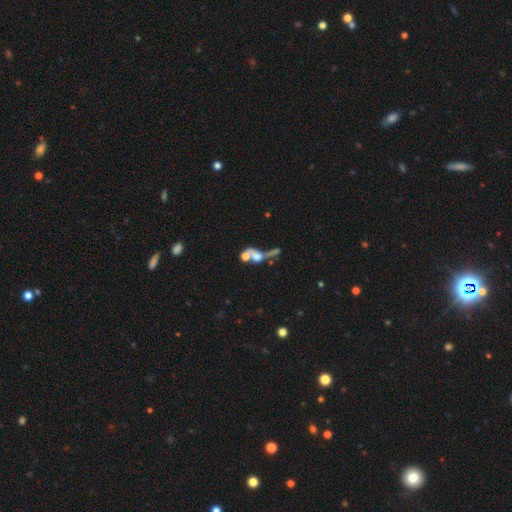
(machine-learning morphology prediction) smooth 42%, featured or disk 41%, star or artifact 16%. Down the decision tree: merging — merger (56%).